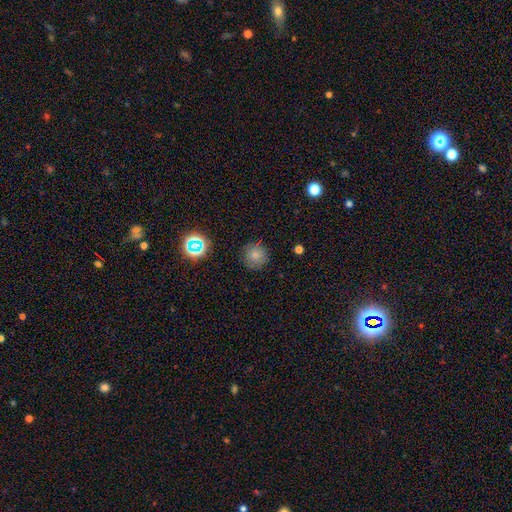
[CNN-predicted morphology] Smooth or featured: smooth — 74% (star or artifact — 16%)
How rounded: round — 94% (in between — 6%)
Merging: none — 85% (minor disturbance — 11%)